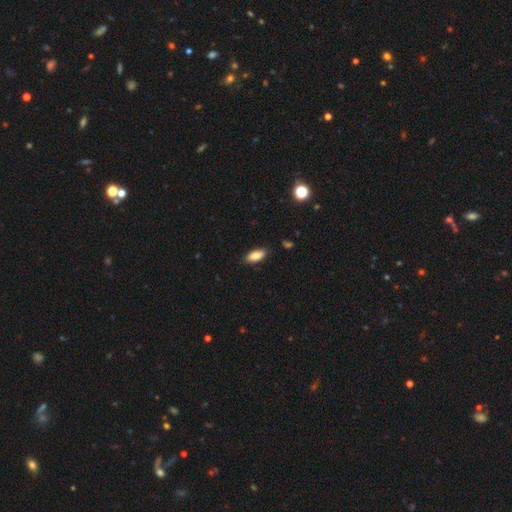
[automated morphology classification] smooth_or_featured: smooth (p=0.86) [alt: featured or disk p=0.07]
how_rounded: in between (p=0.85) [alt: cigar-shaped p=0.12]
merging: none (p=0.86) [alt: minor disturbance p=0.10]